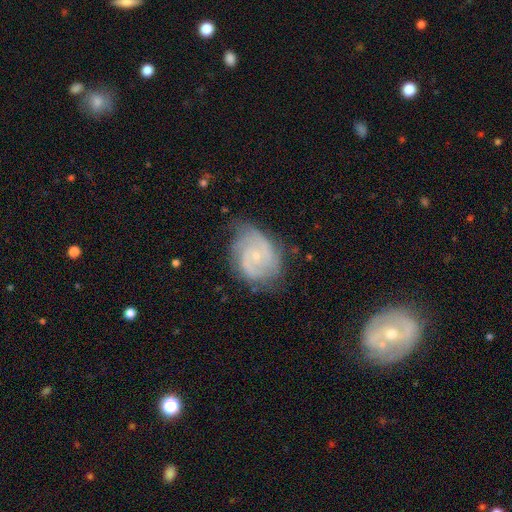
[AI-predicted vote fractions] smooth_or_featured: featured or disk (p=0.81) [alt: smooth p=0.12]
disk_edge_on: no (p=0.98) [alt: yes p=0.02]
bar: no (p=0.65) [alt: weak p=0.31]
has_spiral_arms: yes (p=0.95) [alt: no p=0.05]
spiral_winding: tight (p=0.49) [alt: medium p=0.40]
spiral_arm_count: 2 (p=0.51) [alt: can't tell p=0.20]
bulge_size: small (p=0.76) [alt: moderate p=0.19]
merging: none (p=0.65) [alt: minor disturbance p=0.25]